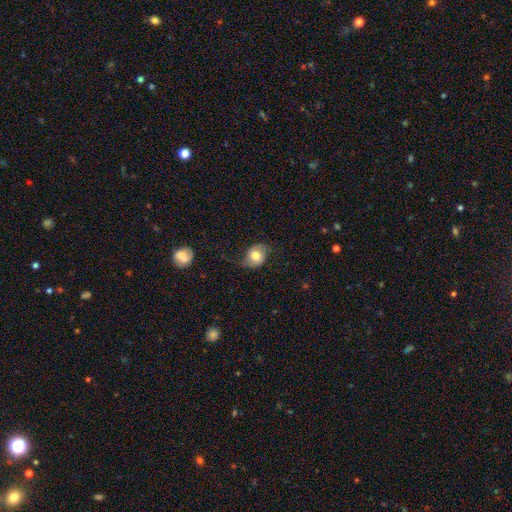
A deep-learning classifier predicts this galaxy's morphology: Smooth or featured? Predicted: smooth (p=0.56). How rounded? Predicted: in between (p=0.53). Merging? Predicted: none (p=0.57).